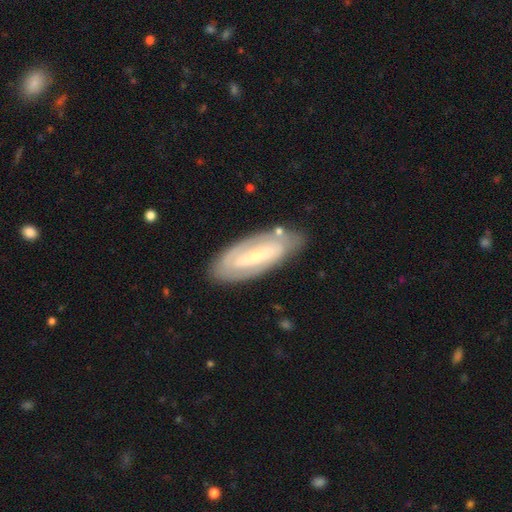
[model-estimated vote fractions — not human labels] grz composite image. It shows a featured or disk galaxy (69%) with a strong bar (43%), spiral arms (71%) and a small central bulge (69%). Merging: none (78%).